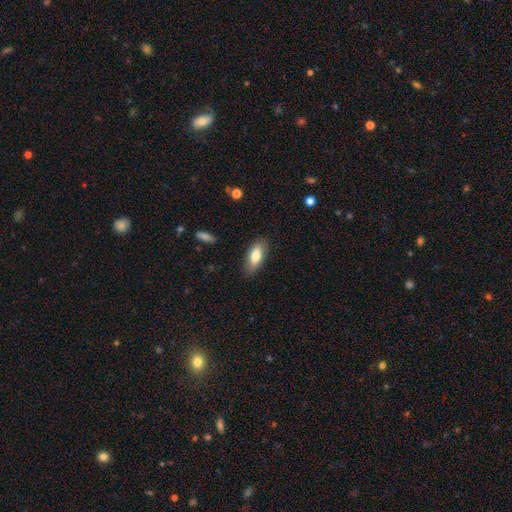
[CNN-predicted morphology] type=smooth (76%); roundness=in between (83%); merging=none (85%).